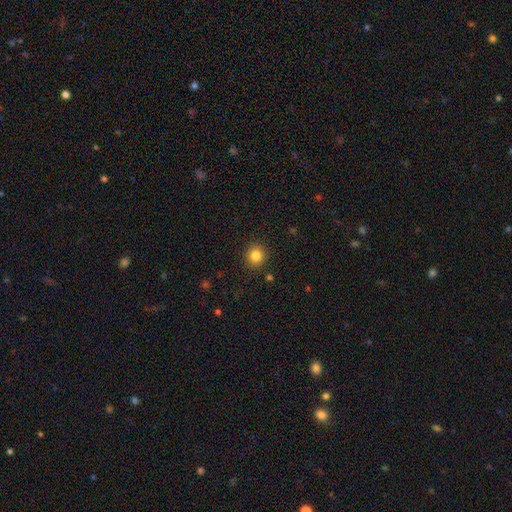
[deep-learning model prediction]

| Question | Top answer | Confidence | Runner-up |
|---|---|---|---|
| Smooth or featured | smooth | 84% | star or artifact (11%) |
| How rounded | round | 89% | in between (10%) |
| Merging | none | 90% | minor disturbance (7%) |